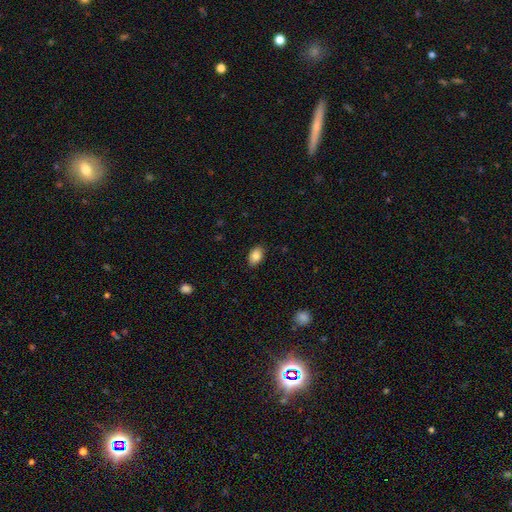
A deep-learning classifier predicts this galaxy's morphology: The model was most divided on "how rounded": in between: 88%, round: 11%, cigar-shaped: 1%. More confident: merging — none (87%); smooth or featured — smooth (85%).